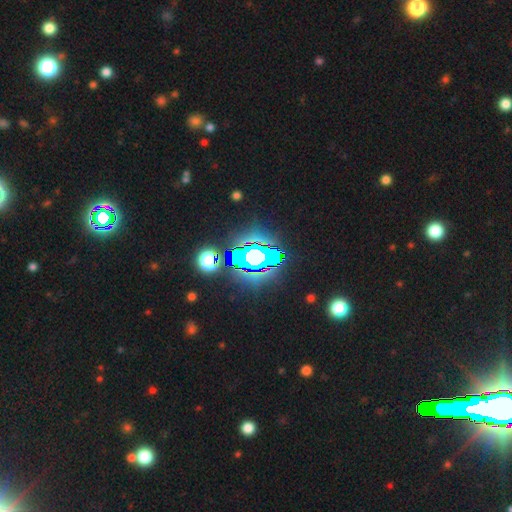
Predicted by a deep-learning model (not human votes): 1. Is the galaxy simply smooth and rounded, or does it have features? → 71% star or artifact, 15% featured or disk, 14% smooth.